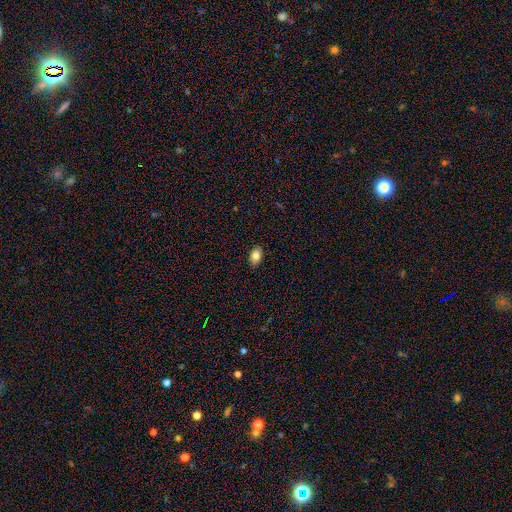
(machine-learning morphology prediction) This is clearly a smooth galaxy (83%). How rounded: clearly in between (87%). Merging: clearly none (87%).